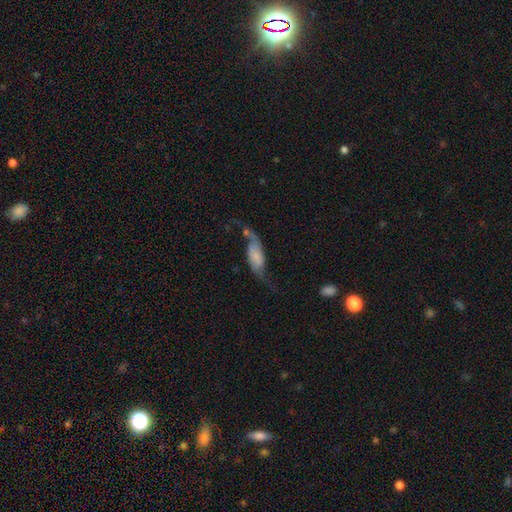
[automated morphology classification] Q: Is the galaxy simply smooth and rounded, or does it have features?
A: featured or disk — 64%.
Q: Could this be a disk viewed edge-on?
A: no — 88%.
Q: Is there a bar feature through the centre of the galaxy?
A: no — 54%.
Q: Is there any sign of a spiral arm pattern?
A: yes — 87%.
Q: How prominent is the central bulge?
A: none — 42%.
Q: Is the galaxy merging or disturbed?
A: none — 42%.